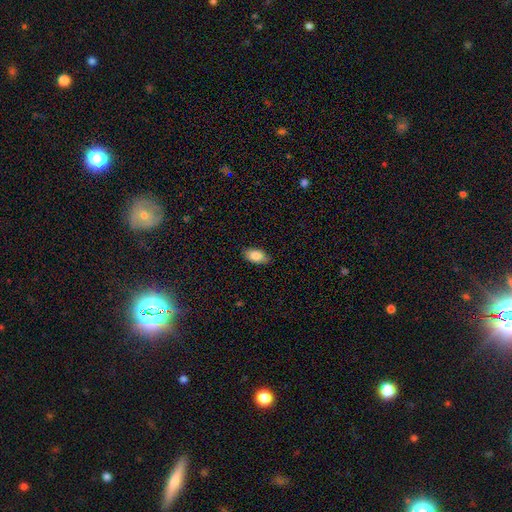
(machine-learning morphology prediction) type=smooth (85%); roundness=in between (93%); merging=none (85%).